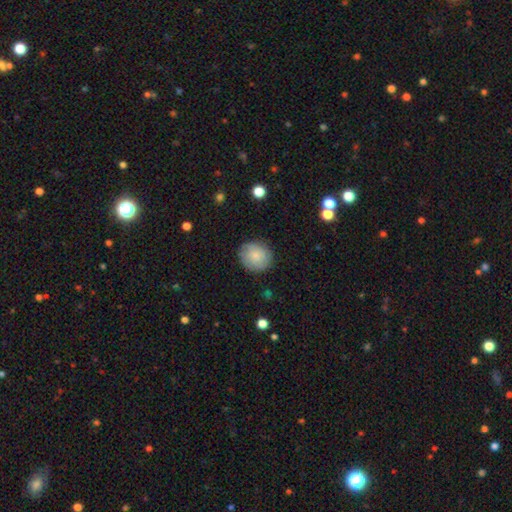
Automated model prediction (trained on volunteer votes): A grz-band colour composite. It shows a smooth galaxy with no disk features (74%) that is round (84%). Merging: none (85%).